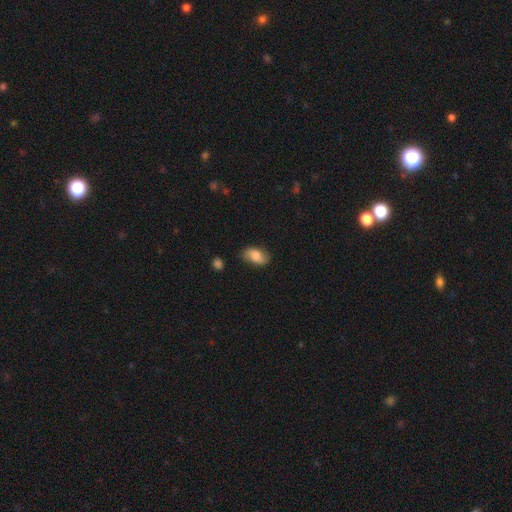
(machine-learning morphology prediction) smooth 70%, featured or disk 23%, star or artifact 8%. Down the decision tree: how rounded — in between (92%); merging — none (75%).